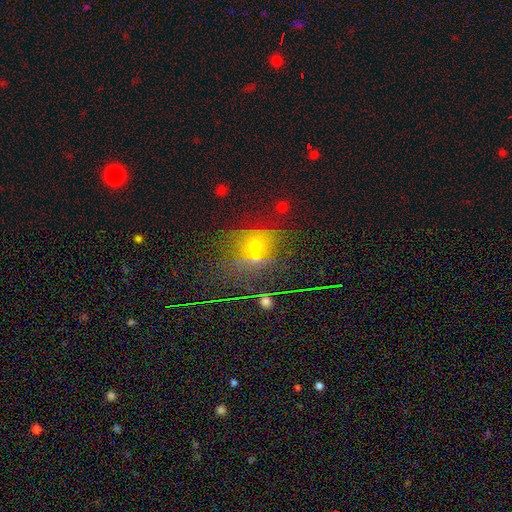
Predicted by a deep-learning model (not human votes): This appears to be a smooth galaxy with no disk features (42%). Merging: none (58%).